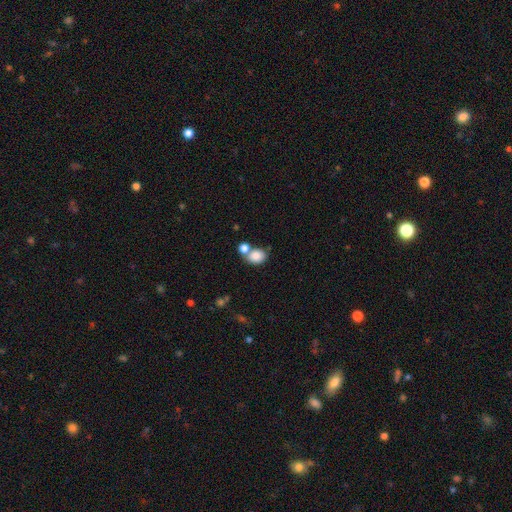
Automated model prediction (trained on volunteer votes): Smooth or featured? Predicted: smooth (p=0.83). How rounded? Predicted: in between (p=0.53). Merging? Predicted: merger (p=0.43).